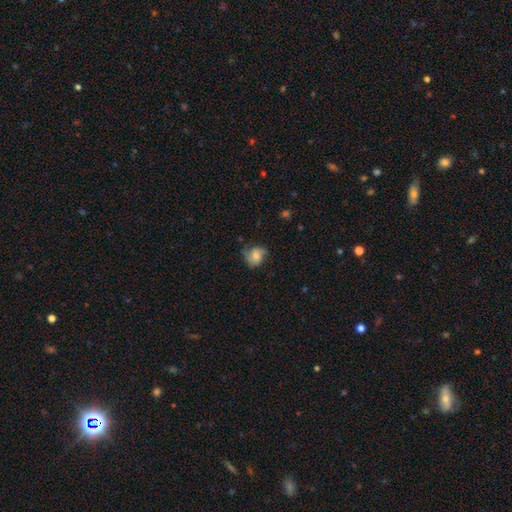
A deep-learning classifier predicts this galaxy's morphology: Overall: smooth (59%; featured or disk 32%). How rounded: round (62%; in between 37%). Merging: none (53%; minor disturbance 31%).